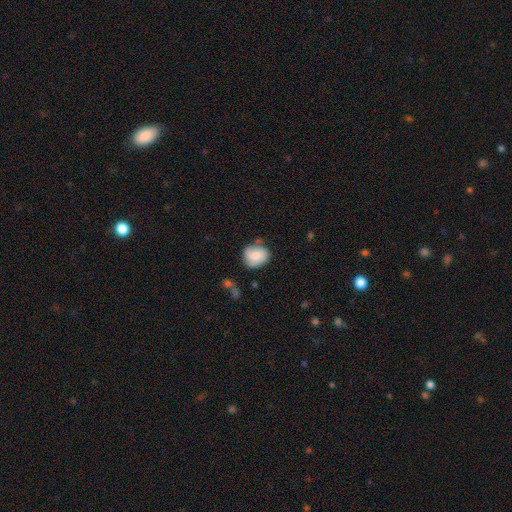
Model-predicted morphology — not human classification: smooth-or-featured: smooth: 69% | featured or disk: 23% | star or artifact: 8%
  how-rounded: round: 66% | in between: 33% | cigar-shaped: 1%
  merging: none: 62% | minor disturbance: 25% | major disturbance: 8% | merger: 5%